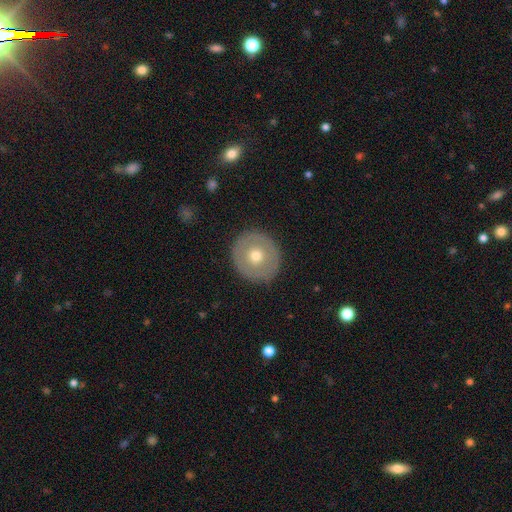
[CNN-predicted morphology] A smooth galaxy with no disk features (52%) that is round (87%). Merging: none (90%).